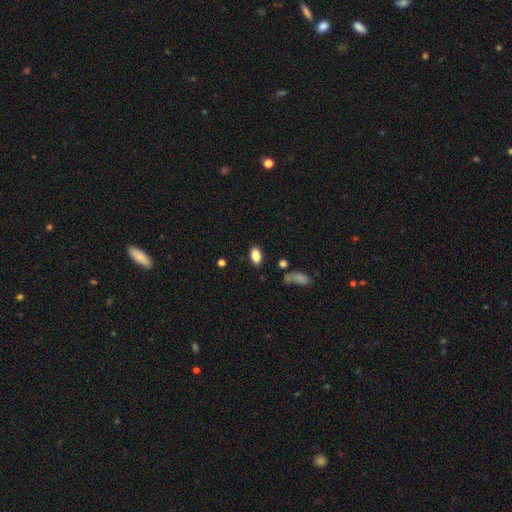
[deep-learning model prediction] A smooth galaxy with no disk features (84%) that is in between round and cigar-shaped (90%). Merging: none (84%).